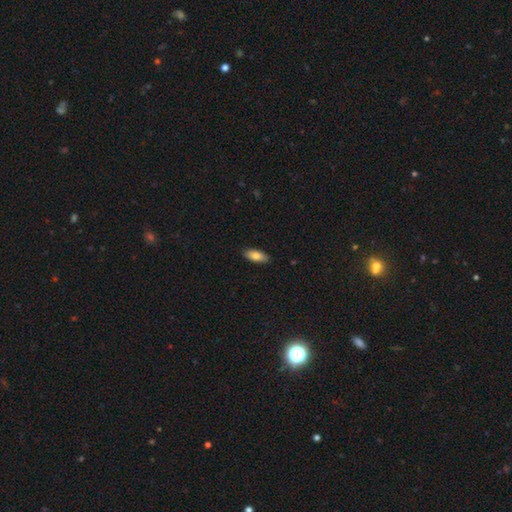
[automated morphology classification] The model was most divided on "how rounded": in between: 80%, cigar-shaped: 18%, round: 2%. More confident: merging — none (88%); smooth or featured — smooth (80%).